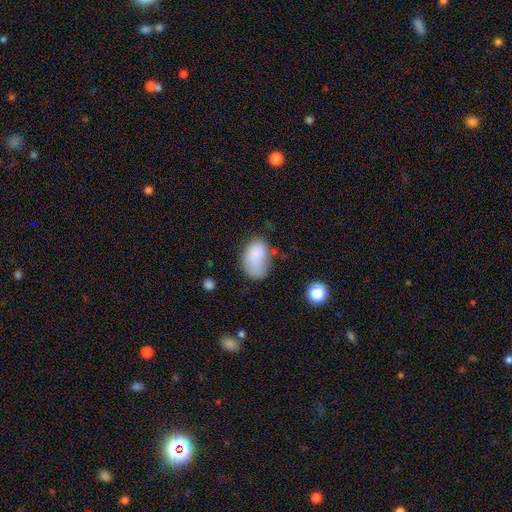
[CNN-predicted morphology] Q: Smooth or featured?
A: smooth (76%); runner-up: featured or disk (15%)
Q: How rounded?
A: in between (87%); runner-up: round (11%)
Q: Merging?
A: none (38%); runner-up: minor disturbance (32%)